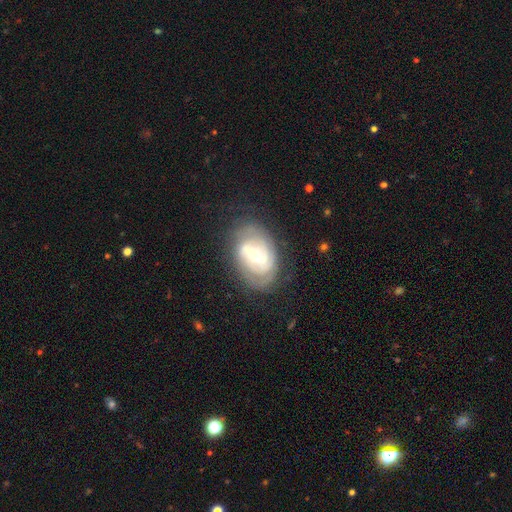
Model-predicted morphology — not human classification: smooth_or_featured: featured or disk (p=0.79) [alt: smooth p=0.15]
disk_edge_on: no (p=0.94) [alt: yes p=0.06]
bar: strong (p=0.61) [alt: weak p=0.32]
has_spiral_arms: yes (p=0.84) [alt: no p=0.16]
spiral_winding: tight (p=0.56) [alt: medium p=0.32]
spiral_arm_count: 2 (p=0.53) [alt: can't tell p=0.30]
bulge_size: moderate (p=0.52) [alt: small p=0.32]
merging: none (p=0.66) [alt: minor disturbance p=0.21]